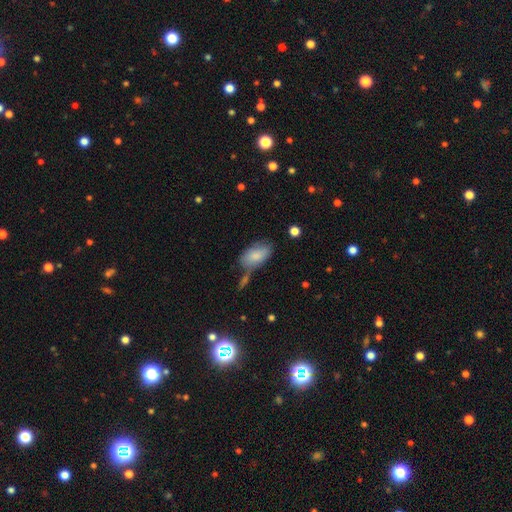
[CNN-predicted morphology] Smooth or featured? Predicted: smooth (p=0.82). How rounded? Predicted: in between (p=0.93). Merging? Predicted: none (p=0.52).